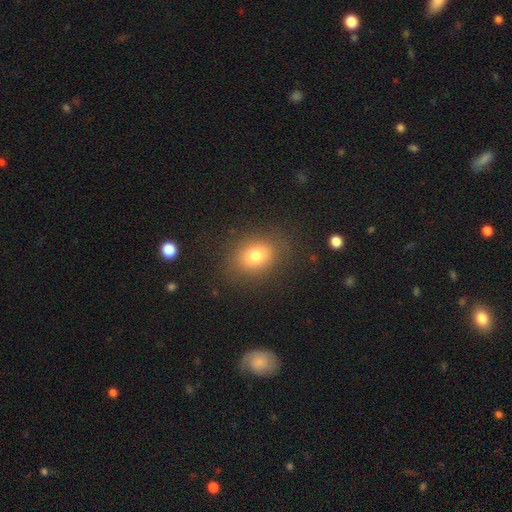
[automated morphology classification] A smooth galaxy with no disk features (77%) that is in between round and cigar-shaped (64%). Merging: none (83%).